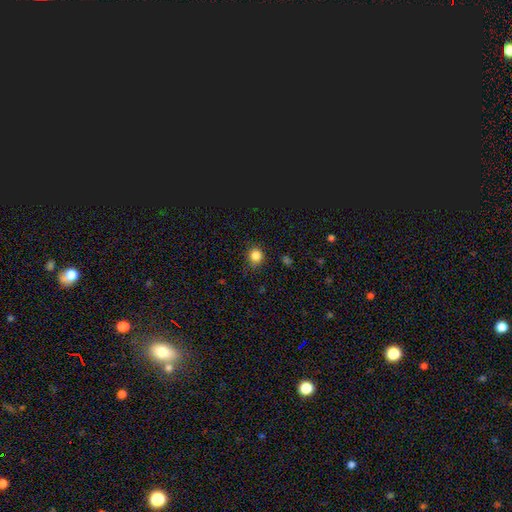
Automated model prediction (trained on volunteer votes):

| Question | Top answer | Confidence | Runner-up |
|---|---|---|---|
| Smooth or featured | smooth | 83% | star or artifact (14%) |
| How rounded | round | 87% | in between (12%) |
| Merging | none | 83% | minor disturbance (12%) |